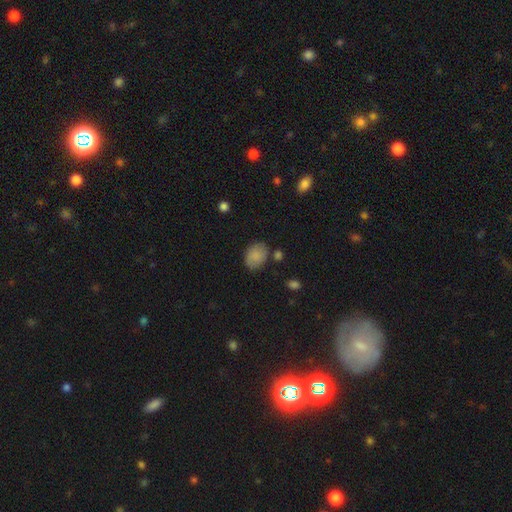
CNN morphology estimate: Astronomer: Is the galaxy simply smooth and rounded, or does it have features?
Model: smooth — 82%.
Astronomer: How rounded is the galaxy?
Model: in between — 61% (runner-up: round, 38%).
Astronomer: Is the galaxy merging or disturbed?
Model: none — 73%.